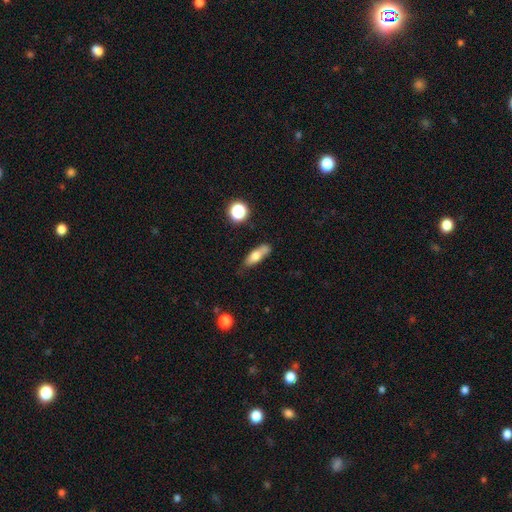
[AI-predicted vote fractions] Smooth or featured: smooth — 68% (featured or disk — 23%)
How rounded: in between — 56% (cigar-shaped — 39%)
Merging: none — 60% (minor disturbance — 25%)